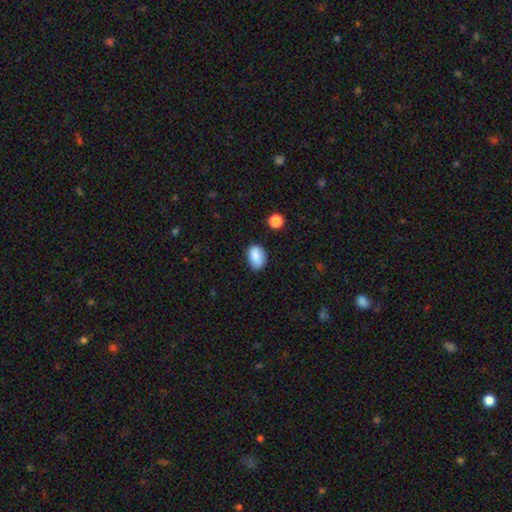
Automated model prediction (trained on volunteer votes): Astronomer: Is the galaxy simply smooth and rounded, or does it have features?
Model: smooth — 87%.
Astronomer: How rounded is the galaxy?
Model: in between — 86%.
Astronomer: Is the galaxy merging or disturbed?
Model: none — 75%.